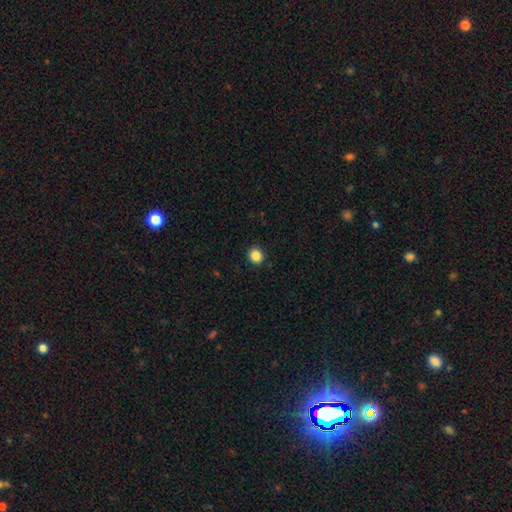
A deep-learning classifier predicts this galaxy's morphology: A smooth galaxy with no disk features (87%) that is round (82%). Merging: none (91%).